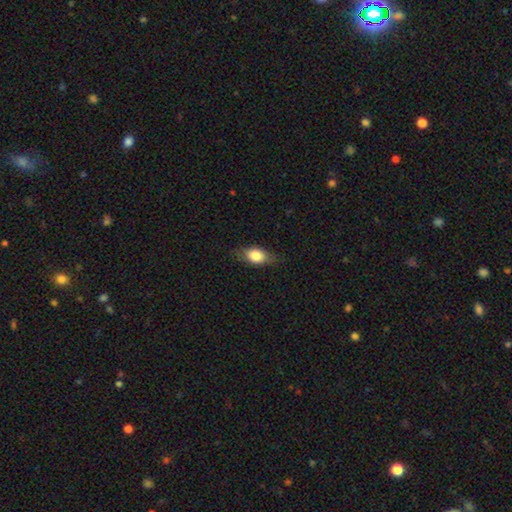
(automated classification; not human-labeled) smooth-or-featured: smooth: 76% | featured or disk: 16% | star or artifact: 8%
  how-rounded: in between: 80% | round: 13% | cigar-shaped: 7%
  merging: none: 78% | minor disturbance: 17% | major disturbance: 4% | merger: 1%